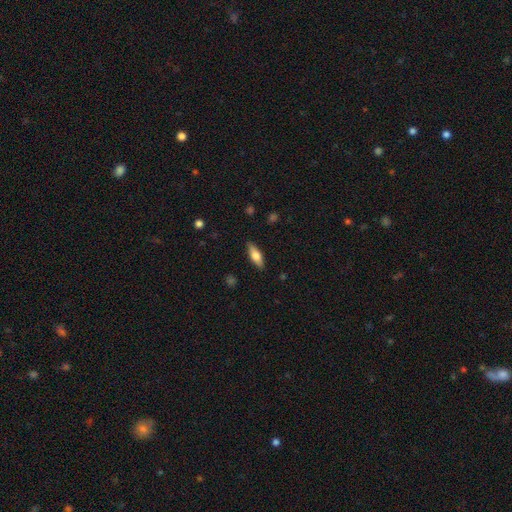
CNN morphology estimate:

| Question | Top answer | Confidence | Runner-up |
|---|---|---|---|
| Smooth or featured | smooth | 62% | featured or disk (32%) |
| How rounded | in between | 56% | cigar-shaped (41%) |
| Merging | none | 88% | minor disturbance (8%) |